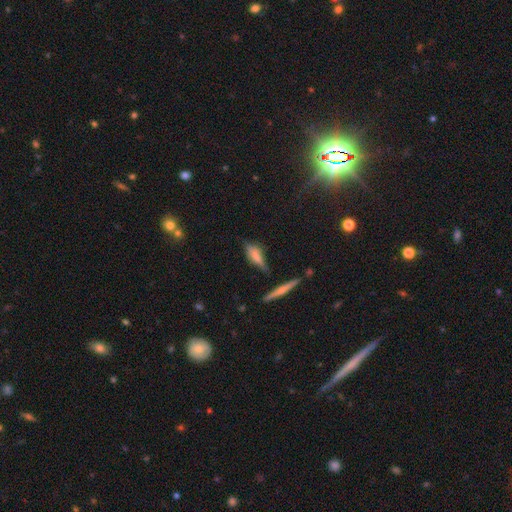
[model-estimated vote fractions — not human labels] This appears to be a smooth galaxy with no disk features (63%) that is cigar-shaped (49%). Merging: none (59%).